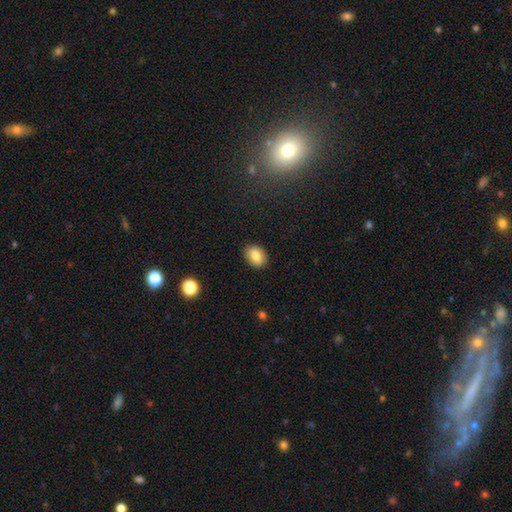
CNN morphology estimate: A smooth galaxy with no disk features (82%) that is in between round and cigar-shaped (71%).

Vote fractions:
- Smooth or featured? smooth: 82% / featured or disk: 10% / star or artifact: 8%
- How rounded? in between: 71% / round: 28% / cigar-shaped: 1%
- Merging? none: 88% / minor disturbance: 9% / major disturbance: 2% / merger: 1%